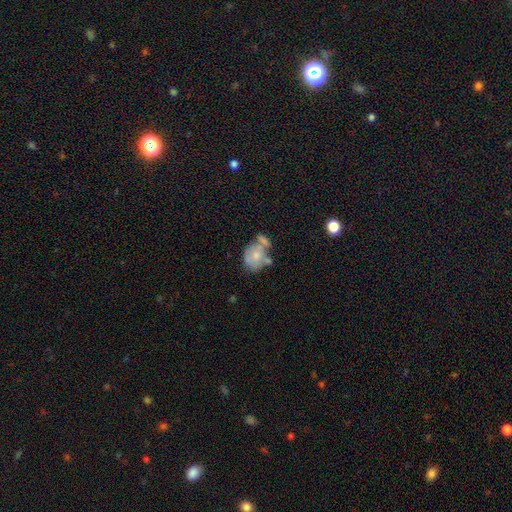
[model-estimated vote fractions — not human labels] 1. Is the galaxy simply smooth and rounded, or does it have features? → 54% smooth, 38% featured or disk, 7% star or artifact.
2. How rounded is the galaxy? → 57% in between, 42% round, 1% cigar-shaped.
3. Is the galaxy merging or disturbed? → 41% merger, 26% none, 19% minor disturbance, 13% major disturbance.